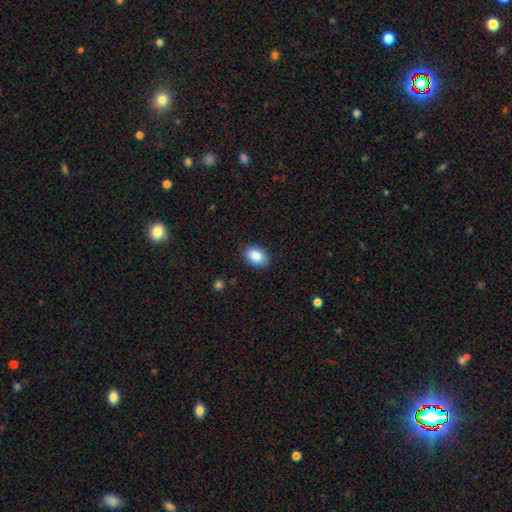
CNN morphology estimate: A smooth galaxy with no disk features (87%) that is in between round and cigar-shaped (84%). Merging: none (87%).